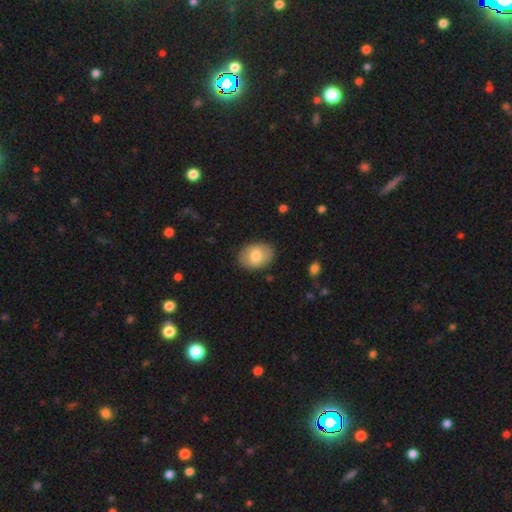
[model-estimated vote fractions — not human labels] Morphology: type=smooth (75%); roundness=in between (78%); merging=none (86%).